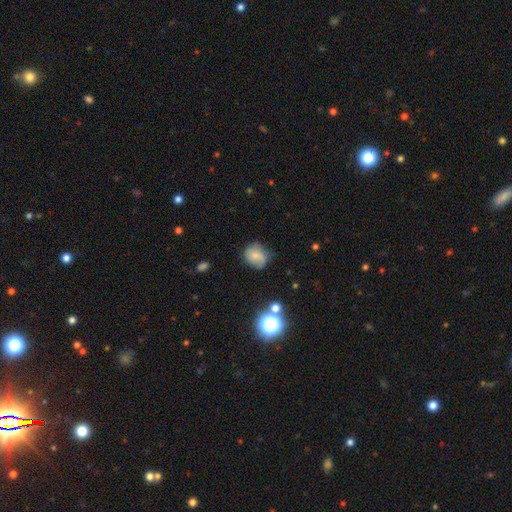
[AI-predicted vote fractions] The model was most divided on "how rounded": round: 65%, in between: 34%, cigar-shaped: 1%. More confident: smooth or featured — smooth (69%); merging — none (61%).